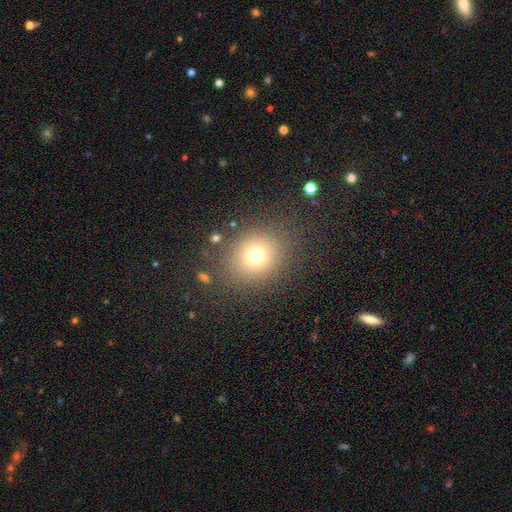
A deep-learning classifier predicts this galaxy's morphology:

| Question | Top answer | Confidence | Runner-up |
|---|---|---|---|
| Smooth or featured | smooth | 72% | star or artifact (17%) |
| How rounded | round | 70% | in between (29%) |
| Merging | none | 83% | minor disturbance (10%) |